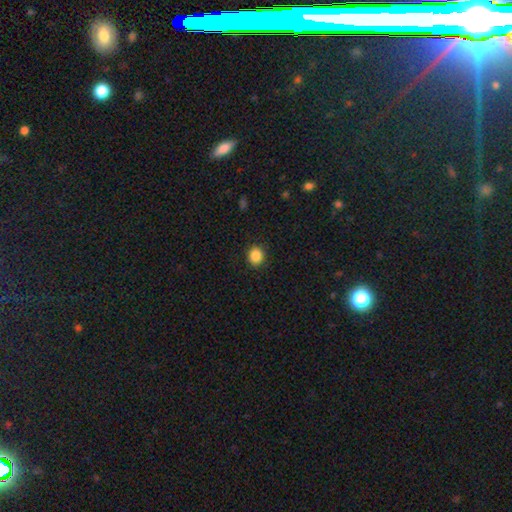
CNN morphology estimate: Smooth or featured: smooth — 87% (star or artifact — 10%)
How rounded: round — 82% (in between — 17%)
Merging: none — 90% (minor disturbance — 7%)